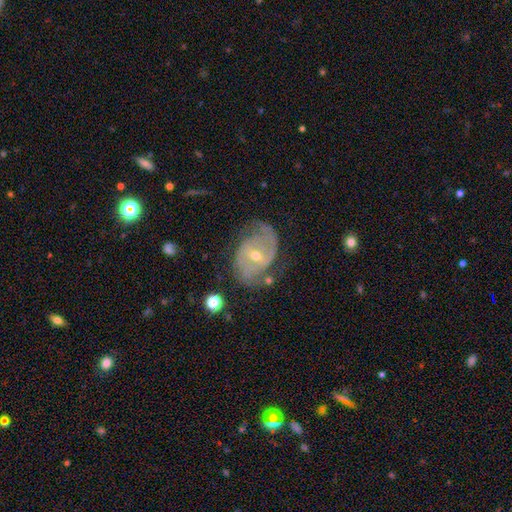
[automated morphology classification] Overall: featured or disk (84%). Edge-on disk: no (97%). Bar: weak (50%; no 31%). Spiral arms: yes (91%). Spiral arm count: 2 (68%). Spiral winding: medium (42%; tight 41%). Bulge size: moderate (51%; small 46%). Merging: none (62%; minor disturbance 24%).